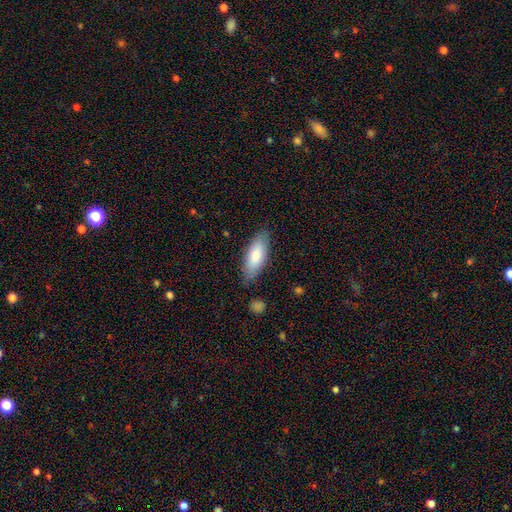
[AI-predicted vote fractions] smooth-or-featured: smooth: 78% | featured or disk: 16% | star or artifact: 6%
  how-rounded: in between: 73% | cigar-shaped: 26% | round: 2%
  merging: none: 80% | minor disturbance: 15% | major disturbance: 3% | merger: 2%